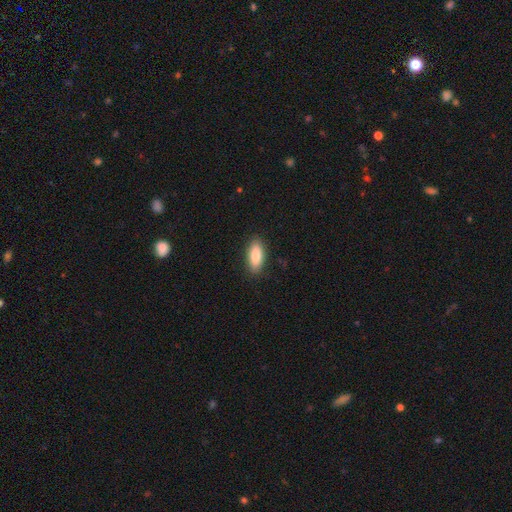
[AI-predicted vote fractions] Q: Smooth or featured?
A: smooth (86%); runner-up: featured or disk (8%)
Q: How rounded?
A: in between (82%); runner-up: cigar-shaped (15%)
Q: Merging?
A: none (88%); runner-up: minor disturbance (9%)